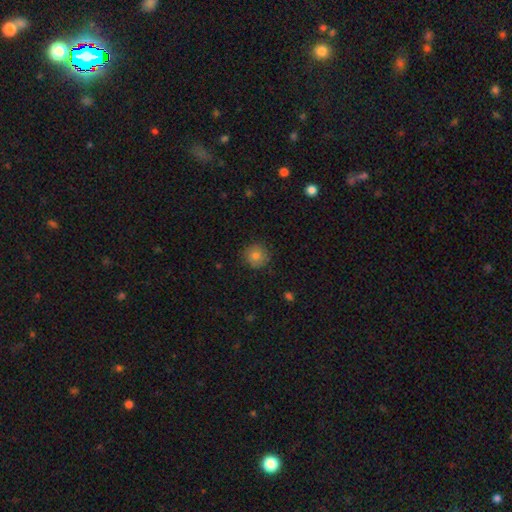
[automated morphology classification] The model was most divided on "smooth or featured": smooth: 80%, star or artifact: 11%, featured or disk: 9%. More confident: how rounded — round (93%); merging — none (87%).